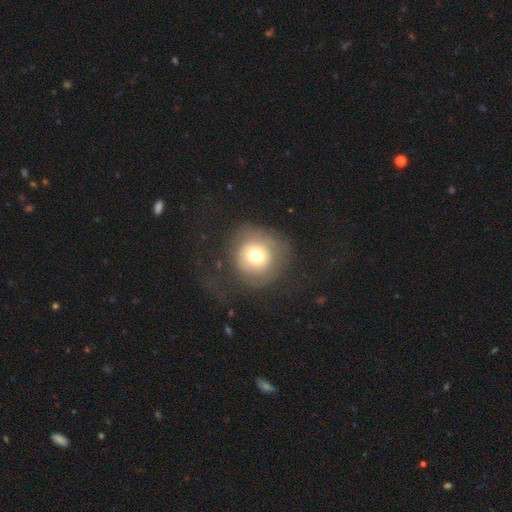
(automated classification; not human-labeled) Q: Smooth or featured?
A: smooth (68%); runner-up: featured or disk (20%)
Q: How rounded?
A: round (90%); runner-up: in between (9%)
Q: Merging?
A: none (56%); runner-up: major disturbance (22%)